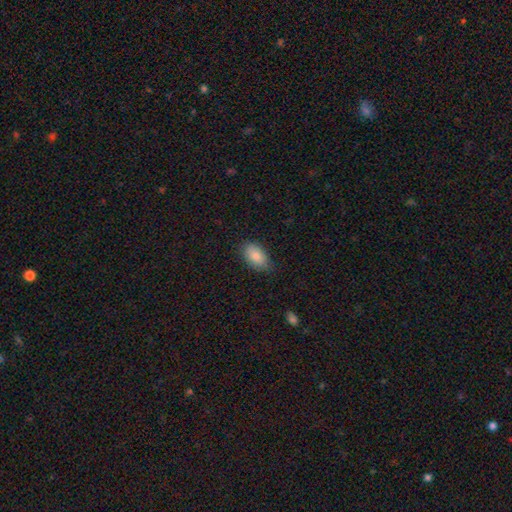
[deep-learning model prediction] Smooth or featured: smooth — 87% (star or artifact — 7%)
How rounded: in between — 92% (round — 6%)
Merging: none — 78% (minor disturbance — 18%)